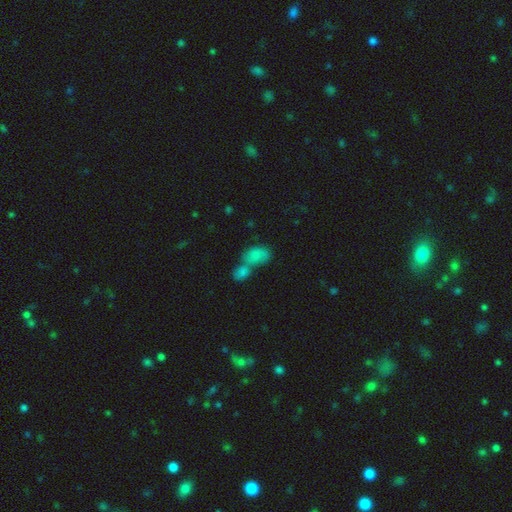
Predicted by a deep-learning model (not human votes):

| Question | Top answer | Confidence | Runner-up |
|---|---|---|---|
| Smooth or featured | smooth | 78% | featured or disk (12%) |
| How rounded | in between | 84% | round (14%) |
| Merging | merger | 65% | none (21%) |